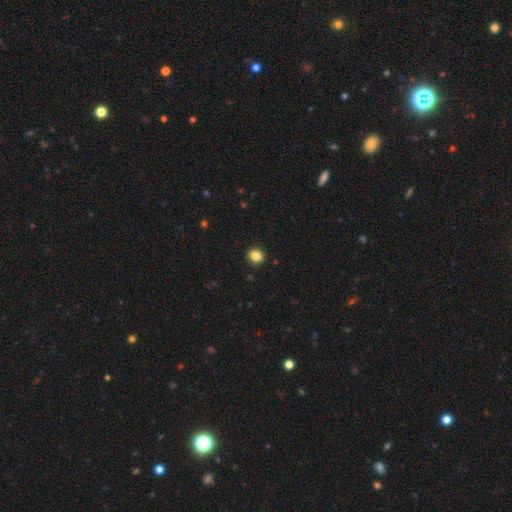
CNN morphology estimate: A smooth galaxy with no disk features (85%) that is round (86%).

Vote fractions:
- Smooth or featured? smooth: 85% / star or artifact: 11% / featured or disk: 5%
- How rounded? round: 86% / in between: 13% / cigar-shaped: 1%
- Merging? none: 92% / minor disturbance: 5% / major disturbance: 2% / merger: 1%